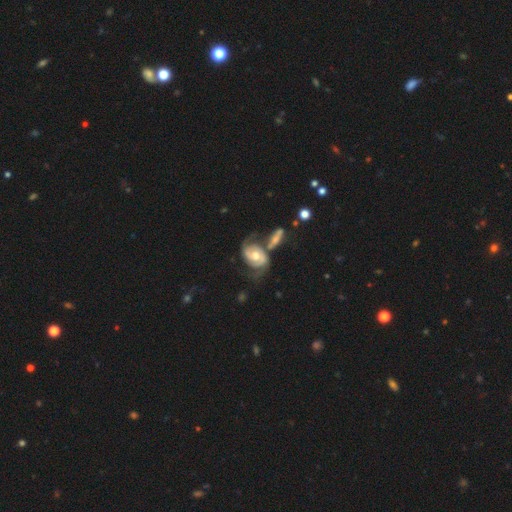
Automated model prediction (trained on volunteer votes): smooth-or-featured: featured or disk: 81% | smooth: 14% | star or artifact: 5%
  disk-edge-on: no: 96% | yes: 4%
    bar: no: 56% | weak: 33% | strong: 10%
    has-spiral-arms: yes: 92% | no: 8%
      spiral-winding: medium: 44% | tight: 36% | loose: 20%
      spiral-arm-count: 2: 84% | can't tell: 8% | 1: 4% | 3: 2% | 4: 1% | more than 4: 1%
    bulge-size: moderate: 70% | small: 15% | large: 12% | none: 2% | dominant: 1%
  merging: none: 40% | merger: 26% | minor disturbance: 19% | major disturbance: 16%